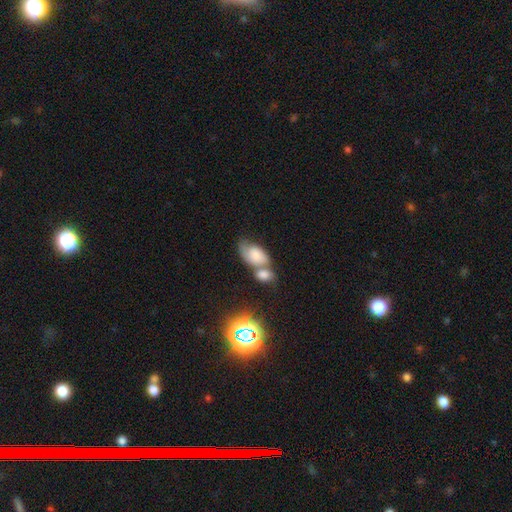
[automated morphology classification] smooth_or_featured: smooth (p=0.68) [alt: featured or disk p=0.21]
how_rounded: in between (p=0.91) [alt: round p=0.07]
merging: merger (p=0.59) [alt: none p=0.20]